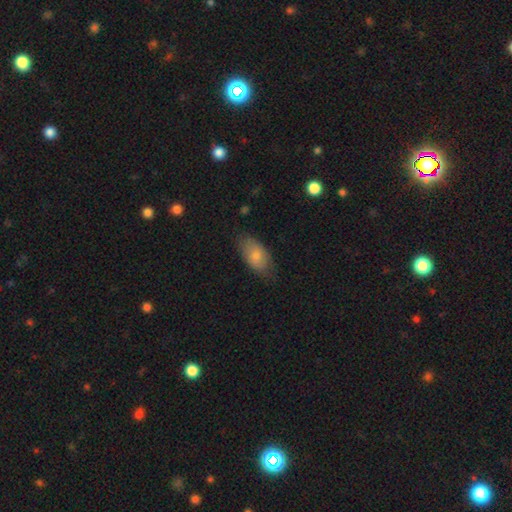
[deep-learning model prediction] Smooth or featured?
  - smooth: 75% *
  - featured or disk: 17%
  - star or artifact: 7%
How rounded?
  - in between: 92% *
  - round: 4%
  - cigar-shaped: 4%
Merging?
  - none: 76% *
  - minor disturbance: 19%
  - major disturbance: 4%
  - merger: 1%